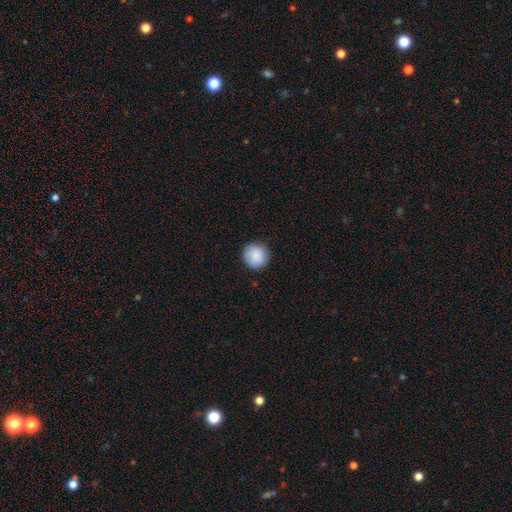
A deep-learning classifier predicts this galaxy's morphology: A smooth galaxy with no disk features (89%) that is round (95%).

Vote fractions:
- Smooth or featured? smooth: 89% / star or artifact: 7% / featured or disk: 4%
- How rounded? round: 95% / in between: 4% / cigar-shaped: 1%
- Merging? none: 90% / minor disturbance: 7% / major disturbance: 2% / merger: 1%